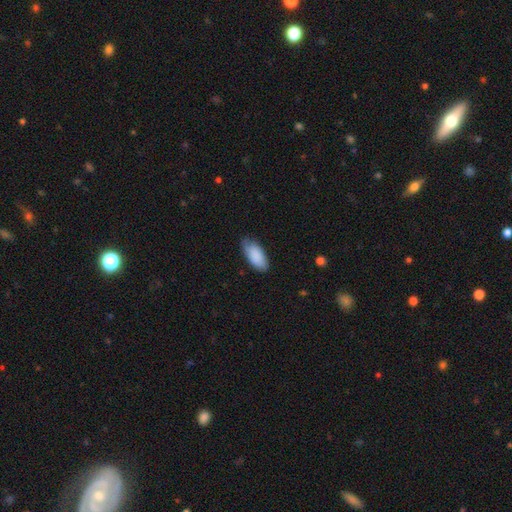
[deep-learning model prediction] Q: Smooth or featured?
A: smooth (87%); runner-up: featured or disk (7%)
Q: How rounded?
A: in between (91%); runner-up: cigar-shaped (8%)
Q: Merging?
A: none (70%); runner-up: minor disturbance (25%)